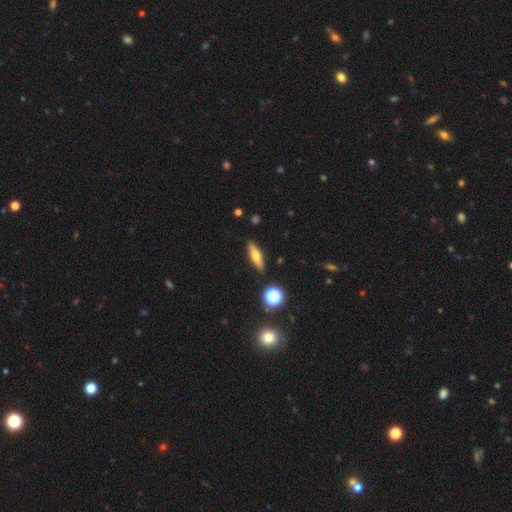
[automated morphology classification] A smooth galaxy with no disk features (54%) that is cigar-shaped (57%). Merging: none (88%).